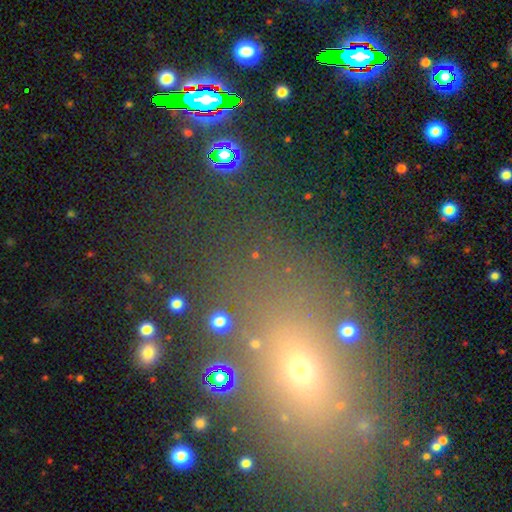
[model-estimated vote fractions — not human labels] smooth_or_featured: star or artifact (p=0.50) [alt: smooth p=0.37]